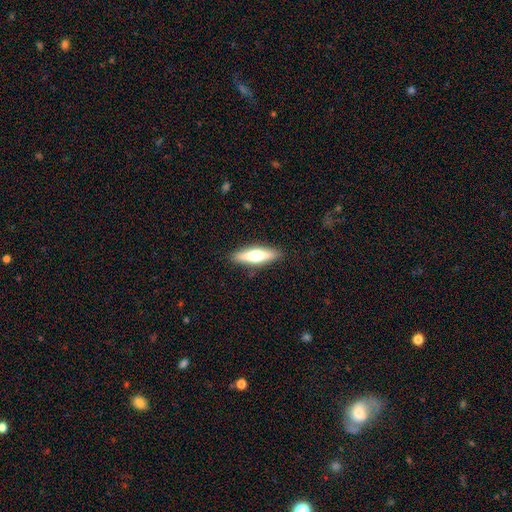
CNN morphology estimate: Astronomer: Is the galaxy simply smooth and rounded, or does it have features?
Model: featured or disk — 47%, tied with smooth at 47%.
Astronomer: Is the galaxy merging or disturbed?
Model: none — 89%.